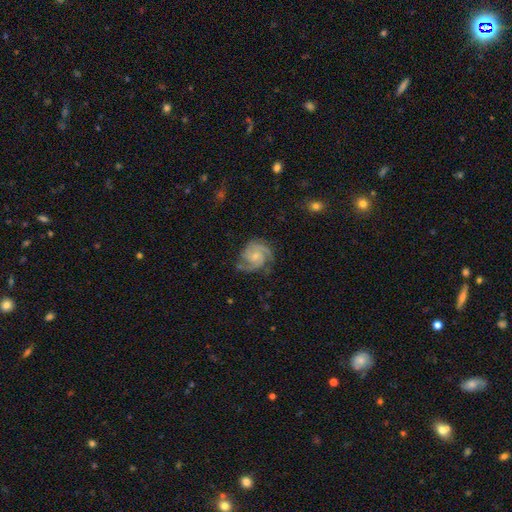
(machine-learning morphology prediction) Smooth or featured?
  - featured or disk: 89% *
  - smooth: 6%
  - star or artifact: 5%
Edge-on disk?
  - no: 98% *
  - yes: 2%
Bar?
  - no: 65% *
  - weak: 29%
  - strong: 5%
Spiral arms?
  - yes: 98% *
  - no: 2%
Spiral winding?
  - tight: 48% *
  - medium: 44%
  - loose: 8%
Spiral arm count?
  - 2: 52% *
  - 3: 32%
  - can't tell: 6%
  - 4: 4%
  - 1: 3%
  - more than 4: 3%
Bulge size?
  - small: 67% *
  - moderate: 23%
  - none: 7%
  - large: 1%
  - dominant: 1%
Merging?
  - none: 72% *
  - minor disturbance: 19%
  - major disturbance: 7%
  - merger: 2%